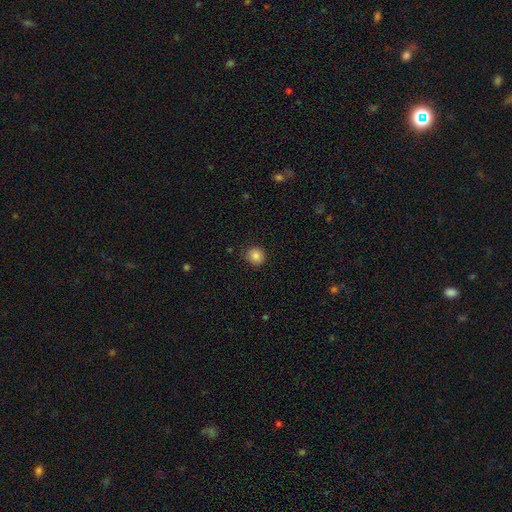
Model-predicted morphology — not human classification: Q: Smooth or featured?
A: smooth (84%); runner-up: star or artifact (10%)
Q: How rounded?
A: round (87%); runner-up: in between (12%)
Q: Merging?
A: none (85%); runner-up: minor disturbance (11%)